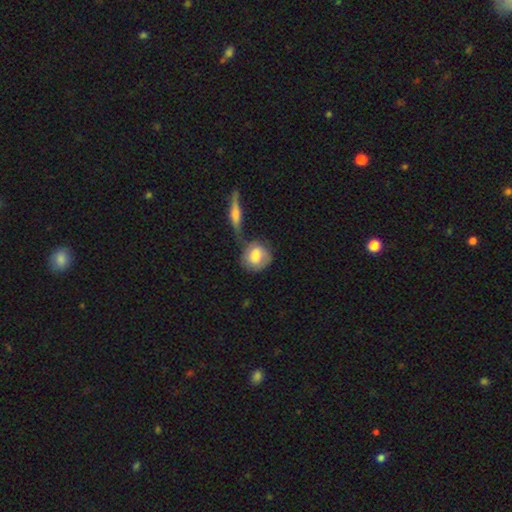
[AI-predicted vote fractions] Smooth or featured: smooth — 67% (featured or disk — 27%)
How rounded: round — 73% (in between — 24%)
Merging: none — 51% (merger — 23%)